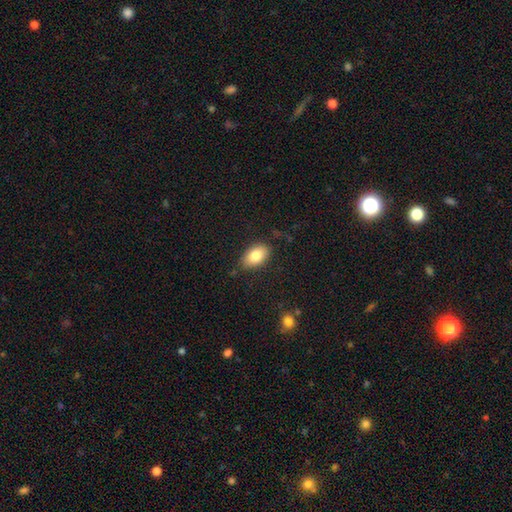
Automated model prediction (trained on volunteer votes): Q: Smooth or featured?
A: smooth (82%); runner-up: featured or disk (10%)
Q: How rounded?
A: in between (91%); runner-up: round (7%)
Q: Merging?
A: none (81%); runner-up: minor disturbance (14%)